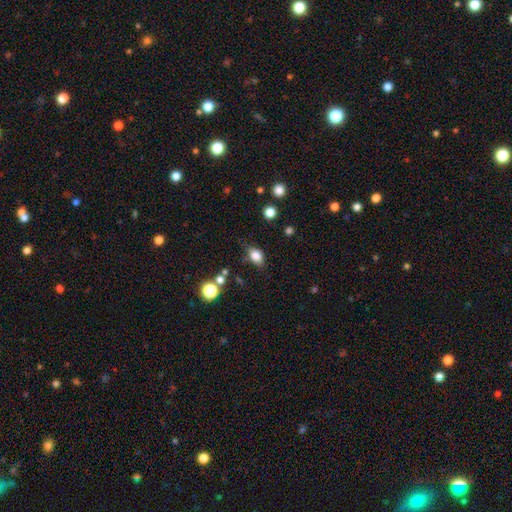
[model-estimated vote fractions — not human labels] Overall: smooth (79%). How rounded: in between (74%). Merging: none (69%).